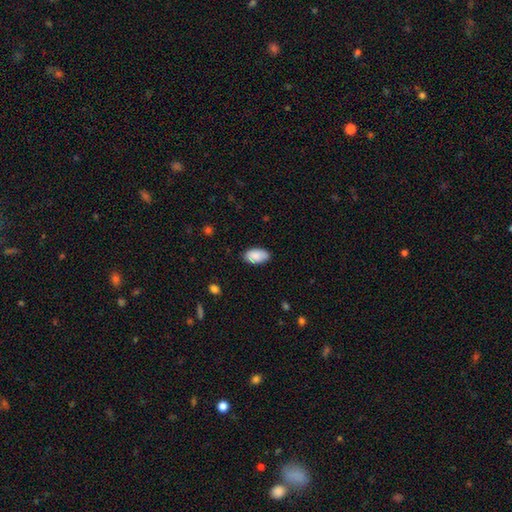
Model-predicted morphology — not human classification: smooth 88%, star or artifact 6%, featured or disk 6%. Down the decision tree: how rounded — in between (95%); merging — none (83%).